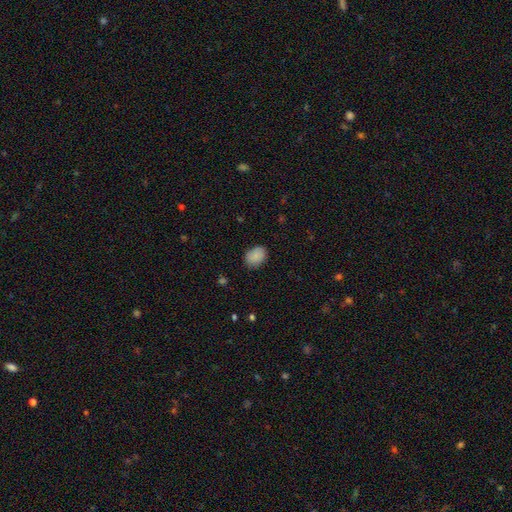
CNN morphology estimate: smooth-or-featured: smooth: 87% | star or artifact: 8% | featured or disk: 5%
  how-rounded: in between: 66% | round: 33% | cigar-shaped: 1%
  merging: none: 81% | minor disturbance: 14% | major disturbance: 3% | merger: 1%